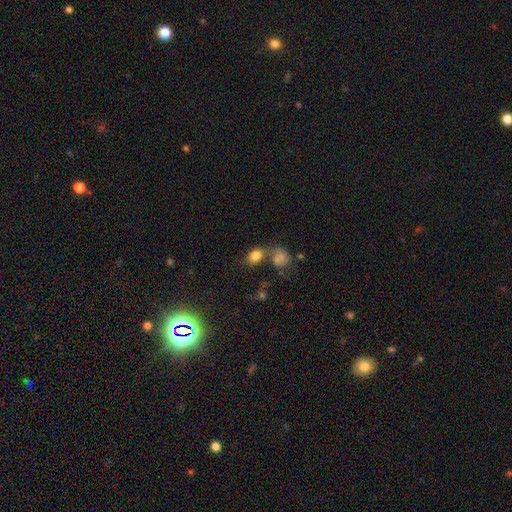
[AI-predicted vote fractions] Smooth or featured? smooth (80%)
How rounded? in between (71%)
Merging? none (45%)